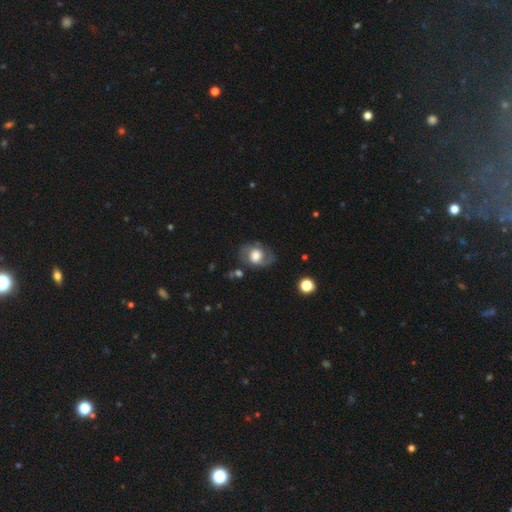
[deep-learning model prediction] A featured or disk galaxy (54%) with no bar (72%), spiral arms (65%) and a large central bulge (51%). Merging: none (68%).